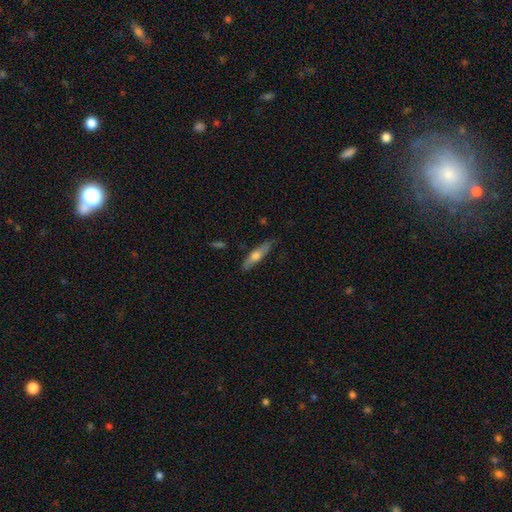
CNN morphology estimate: Smooth or featured?
  - smooth: 59% *
  - featured or disk: 35%
  - star or artifact: 6%
How rounded?
  - cigar-shaped: 72% *
  - in between: 26%
  - round: 2%
Merging?
  - none: 79% *
  - minor disturbance: 17%
  - major disturbance: 3%
  - merger: 2%